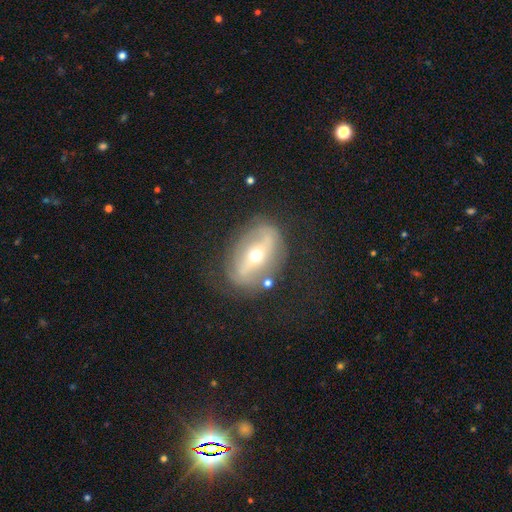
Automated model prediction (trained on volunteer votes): Smooth or featured? featured or disk (73%)
Edge-on disk? no (89%)
Bar? strong (61%)
Spiral arms? no (50%, tied with yes)
Bulge size? moderate (66%)
Merging? none (74%)